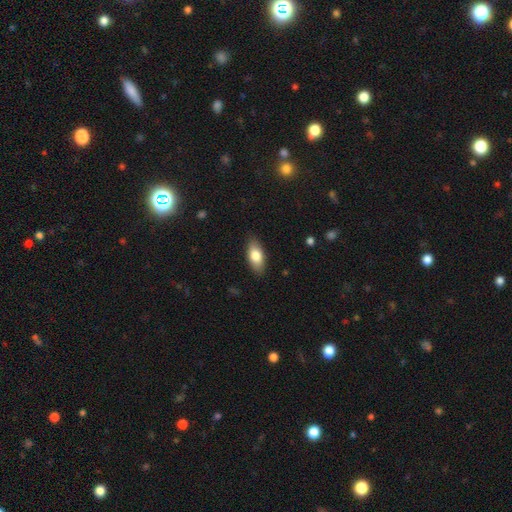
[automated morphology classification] smooth-or-featured: smooth: 79% | featured or disk: 14% | star or artifact: 6%
  how-rounded: in between: 87% | cigar-shaped: 10% | round: 3%
  merging: none: 87% | minor disturbance: 10% | major disturbance: 2% | merger: 1%